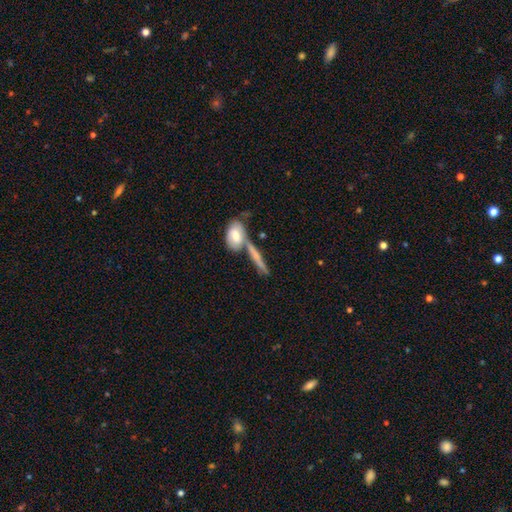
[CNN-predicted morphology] This appears to be a smooth galaxy with no disk features (54%) that is cigar-shaped (70%). Merging: none (51%).